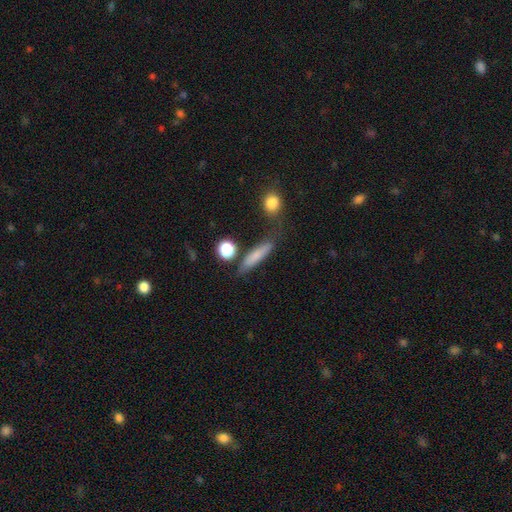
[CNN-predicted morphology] Smooth or featured: smooth — 73% (featured or disk — 18%)
How rounded: cigar-shaped — 74% (in between — 21%)
Merging: none — 69% (minor disturbance — 17%)